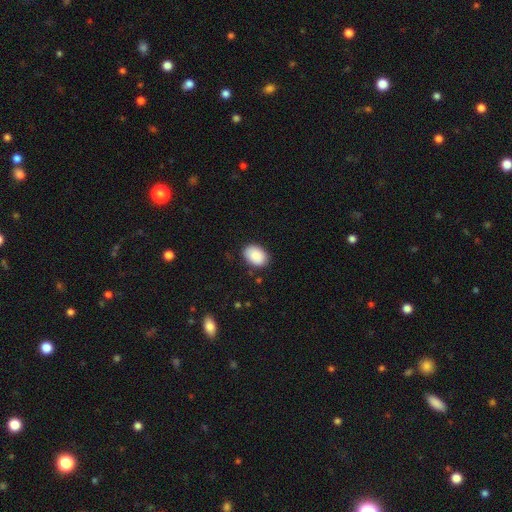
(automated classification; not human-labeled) A smooth galaxy with no disk features (88%) that is in between round and cigar-shaped (78%).

Vote fractions:
- Smooth or featured? smooth: 88% / star or artifact: 7% / featured or disk: 5%
- How rounded? in between: 78% / round: 21% / cigar-shaped: 1%
- Merging? none: 86% / minor disturbance: 11% / major disturbance: 2% / merger: 1%